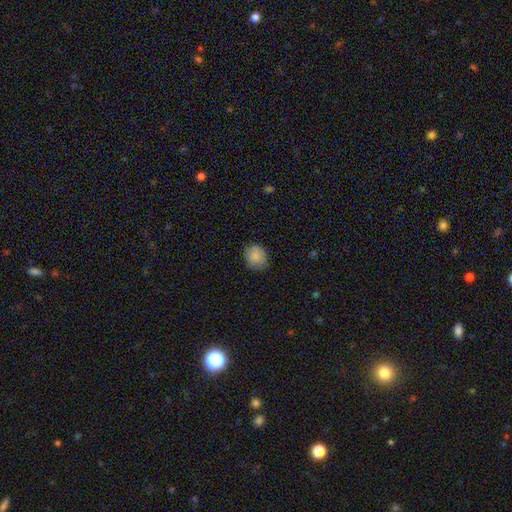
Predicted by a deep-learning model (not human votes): The model was most divided on "how rounded": round: 78%, in between: 21%, cigar-shaped: 1%. More confident: smooth or featured — smooth (86%); merging — none (80%).